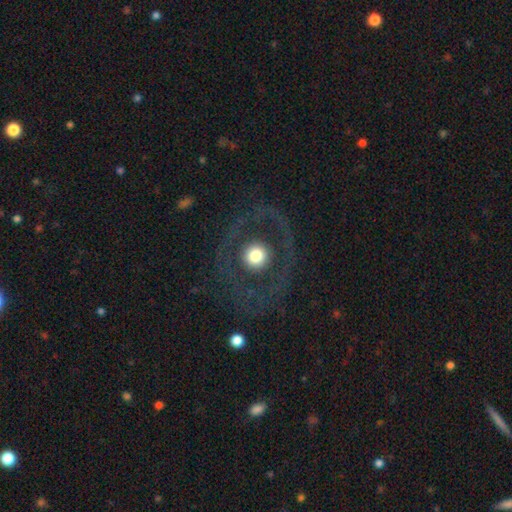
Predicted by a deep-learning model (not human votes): smooth_or_featured: smooth (p=0.50) [alt: featured or disk p=0.40]
merging: none (p=0.78) [alt: major disturbance p=0.12]